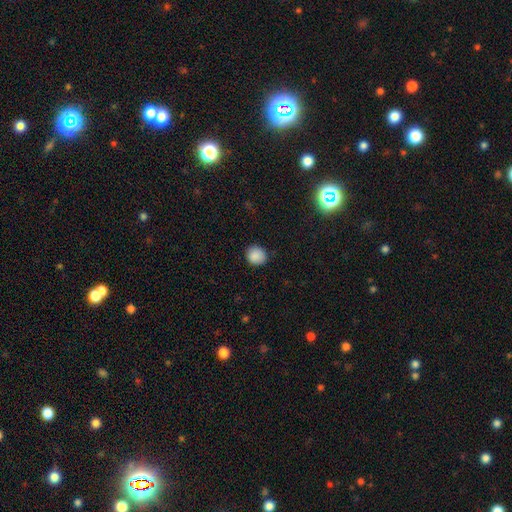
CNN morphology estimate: A smooth galaxy with no disk features (88%) that is round (81%).

Vote fractions:
- Smooth or featured? smooth: 88% / star or artifact: 9% / featured or disk: 3%
- How rounded? round: 81% / in between: 18% / cigar-shaped: 1%
- Merging? none: 86% / minor disturbance: 11% / major disturbance: 2% / merger: 1%